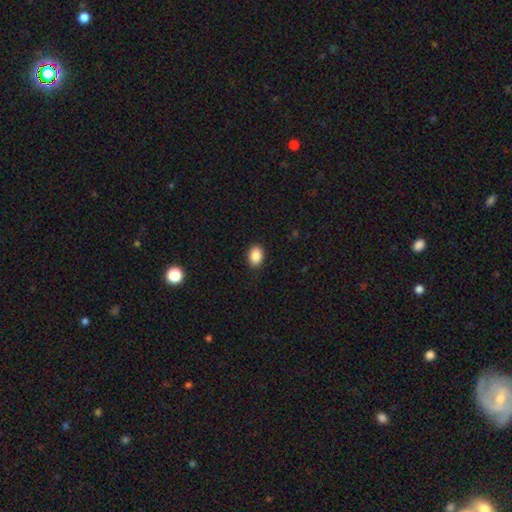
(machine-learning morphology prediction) Q: Smooth or featured?
A: smooth (88%); runner-up: star or artifact (8%)
Q: How rounded?
A: in between (76%); runner-up: round (23%)
Q: Merging?
A: none (89%); runner-up: minor disturbance (8%)